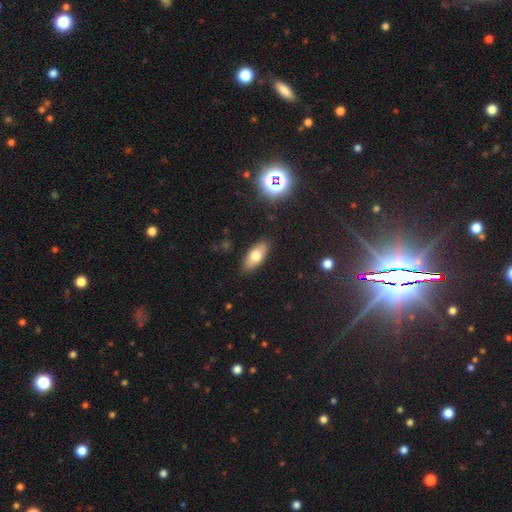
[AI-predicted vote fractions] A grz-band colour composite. It shows a smooth galaxy with no disk features (72%) that is in between round and cigar-shaped (84%). Merging: none (87%).